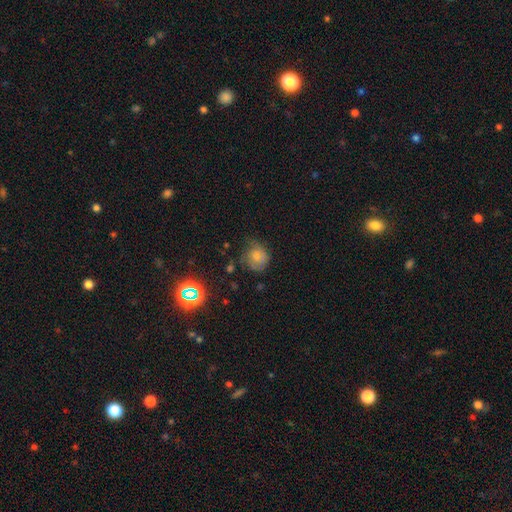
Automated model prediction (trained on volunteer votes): Morphology: type=smooth (64%); roundness=round (72%); merging=none (50%).